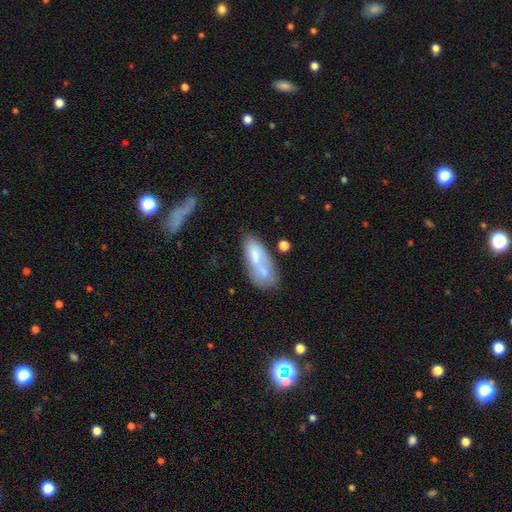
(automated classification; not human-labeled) Smooth or featured? smooth (63%)
How rounded? in between (73%)
Merging? none (38%)